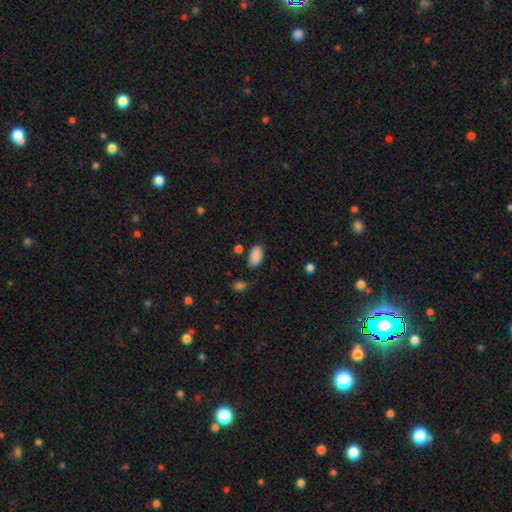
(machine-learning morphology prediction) smooth 88%, star or artifact 8%, featured or disk 4%. Down the decision tree: how rounded — in between (94%); merging — none (75%).